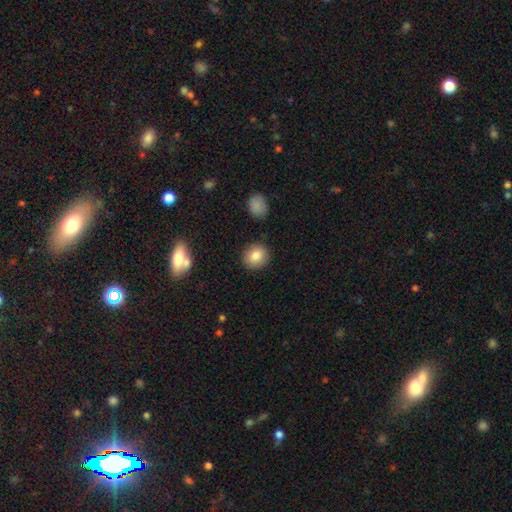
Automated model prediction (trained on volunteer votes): smooth_or_featured: smooth (p=0.84) [alt: star or artifact p=0.09]
how_rounded: round (p=0.78) [alt: in between p=0.21]
merging: none (p=0.88) [alt: minor disturbance p=0.08]